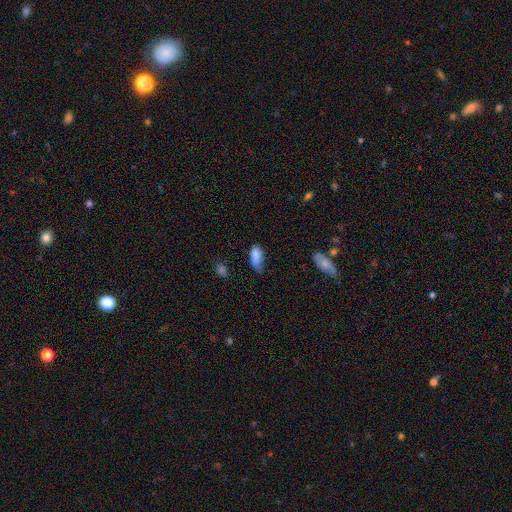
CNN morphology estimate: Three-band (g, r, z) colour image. It shows a smooth galaxy with no disk features (83%) that is in between round and cigar-shaped (87%). Merging: minor disturbance (45%).